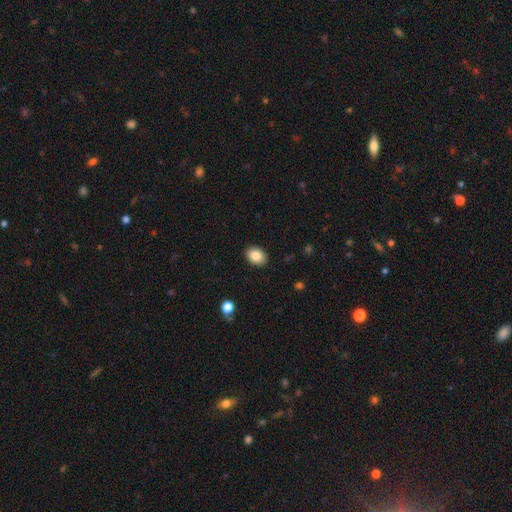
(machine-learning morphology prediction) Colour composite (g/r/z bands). It shows a smooth galaxy with no disk features (85%) that is in between round and cigar-shaped (71%). Merging: none (90%).